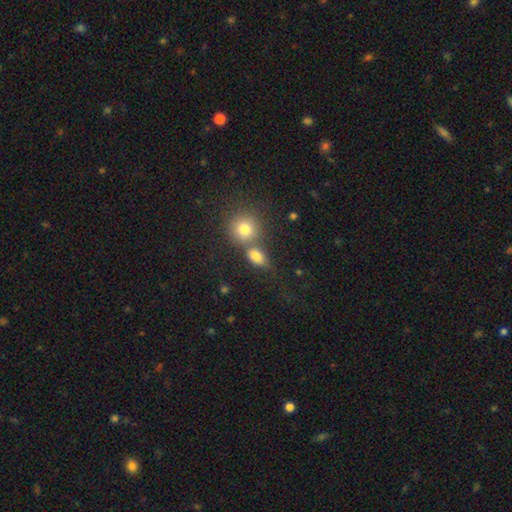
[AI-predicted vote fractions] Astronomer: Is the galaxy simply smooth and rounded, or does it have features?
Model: smooth — 72%.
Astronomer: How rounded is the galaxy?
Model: round — 48% (runner-up: in between, 47%).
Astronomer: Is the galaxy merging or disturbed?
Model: none — 42% (runner-up: merger, 41%).